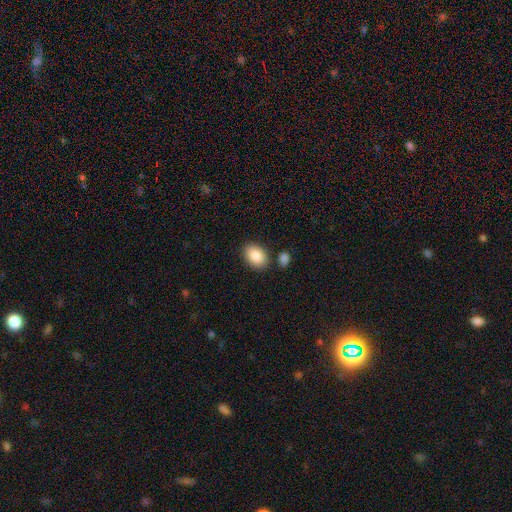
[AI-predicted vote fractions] smooth 88%, star or artifact 7%, featured or disk 5%. Down the decision tree: how rounded — in between (85%); merging — none (81%).